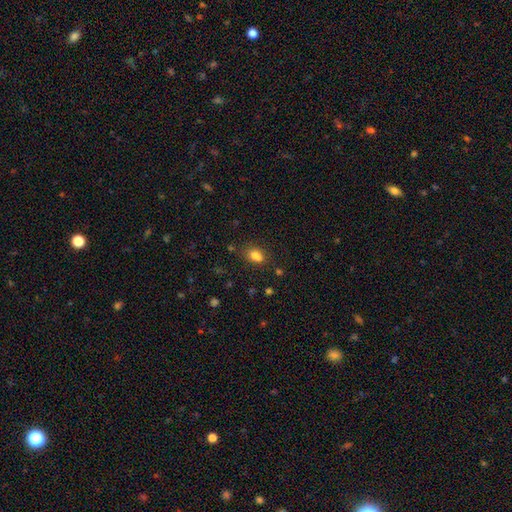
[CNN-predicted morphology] Q: Smooth or featured?
A: smooth (80%); runner-up: star or artifact (12%)
Q: How rounded?
A: in between (76%); runner-up: round (21%)
Q: Merging?
A: none (64%); runner-up: minor disturbance (18%)